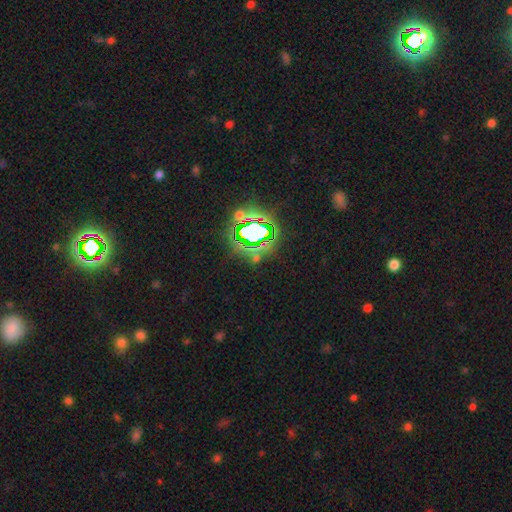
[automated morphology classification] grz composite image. It shows a star or artifact, not a galaxy (78%).